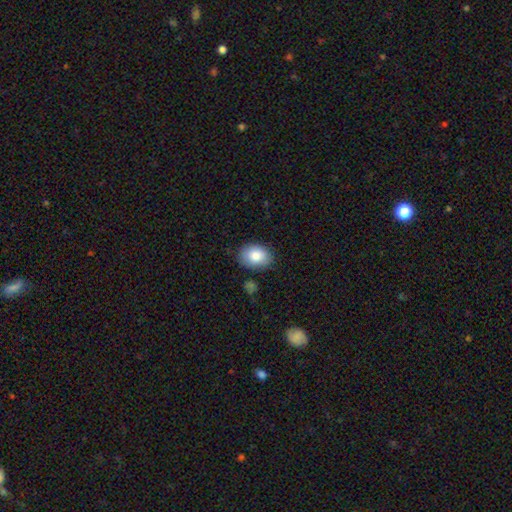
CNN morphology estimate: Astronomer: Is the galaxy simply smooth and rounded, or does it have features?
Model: smooth — 84%.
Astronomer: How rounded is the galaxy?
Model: in between — 75%.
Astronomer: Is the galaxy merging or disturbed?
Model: none — 82%.